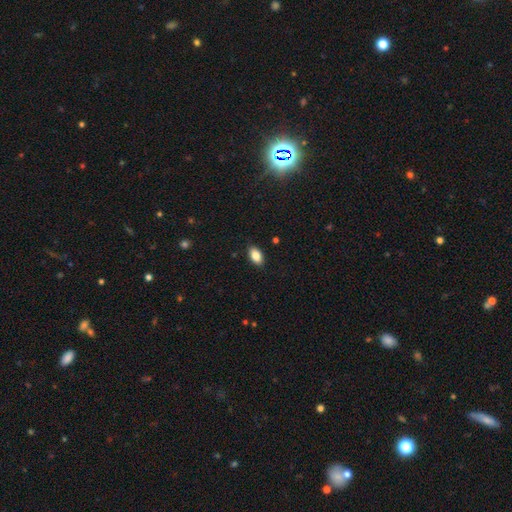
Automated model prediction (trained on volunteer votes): Smooth or featured? Predicted: smooth (p=0.84). How rounded? Predicted: in between (p=0.92). Merging? Predicted: none (p=0.88).